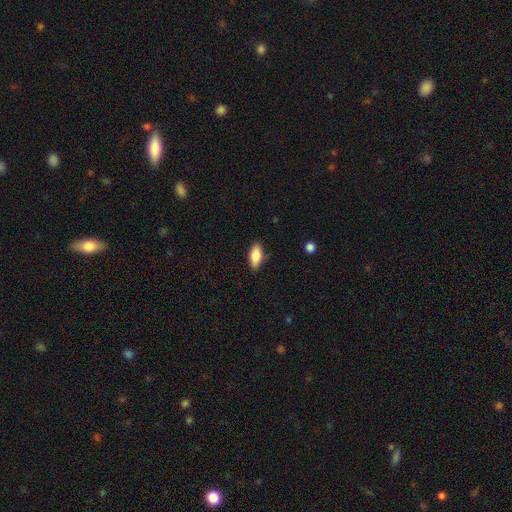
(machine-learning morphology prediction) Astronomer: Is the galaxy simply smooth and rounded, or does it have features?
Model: smooth — 76%.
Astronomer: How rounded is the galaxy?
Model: in between — 80%.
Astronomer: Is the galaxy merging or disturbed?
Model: none — 86%.